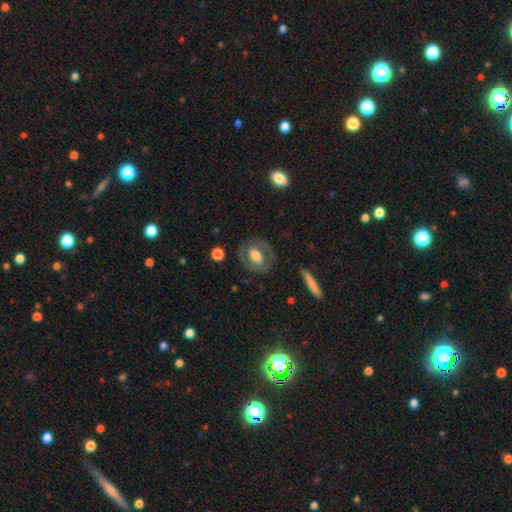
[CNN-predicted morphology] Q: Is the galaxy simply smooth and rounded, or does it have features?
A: featured or disk — 53%.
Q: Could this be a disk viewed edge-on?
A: no — 93%.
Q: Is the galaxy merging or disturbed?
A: none — 76%.